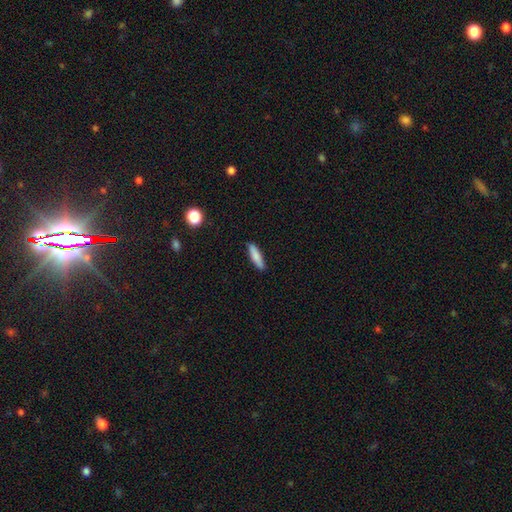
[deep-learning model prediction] Q: Smooth or featured?
A: smooth (82%); runner-up: featured or disk (11%)
Q: How rounded?
A: cigar-shaped (77%); runner-up: in between (22%)
Q: Merging?
A: none (89%); runner-up: minor disturbance (8%)